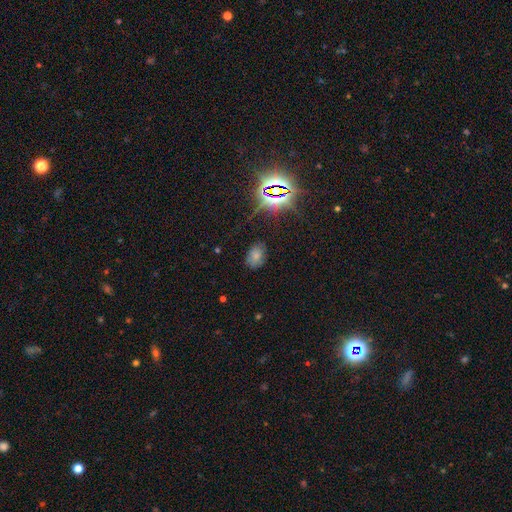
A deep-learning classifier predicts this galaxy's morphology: Smooth or featured: smooth — 65% (star or artifact — 25%)
How rounded: in between — 82% (round — 17%)
Merging: none — 78% (minor disturbance — 16%)